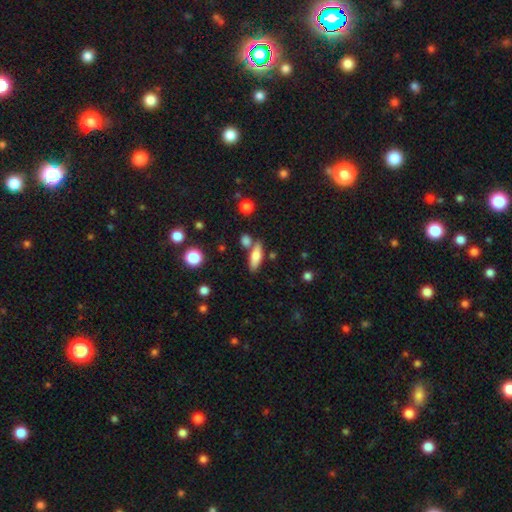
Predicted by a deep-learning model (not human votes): This is likely a smooth galaxy (70%). How rounded: possibly in between (52%). Merging: likely none (71%).